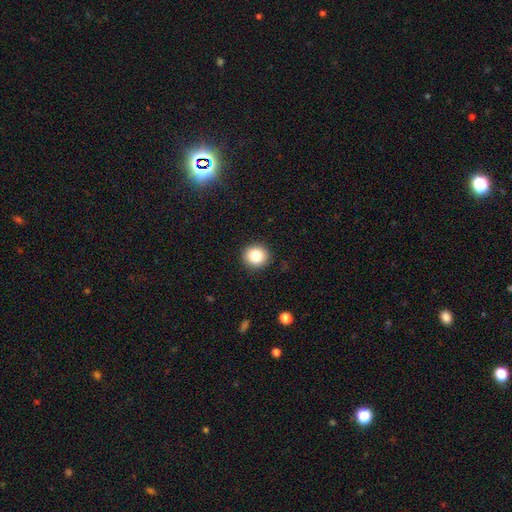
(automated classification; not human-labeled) Smooth or featured: smooth — 84% (star or artifact — 10%)
How rounded: round — 90% (in between — 9%)
Merging: none — 92% (minor disturbance — 6%)